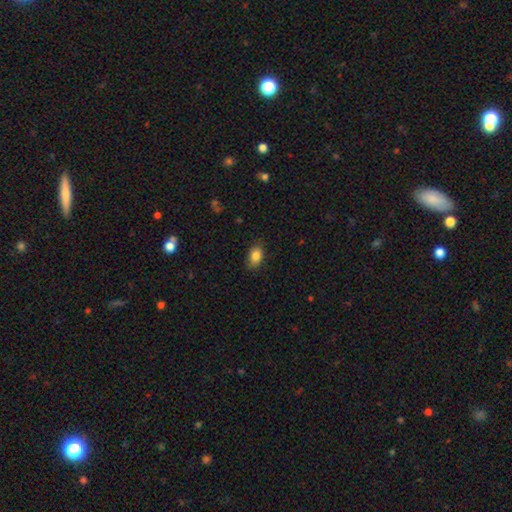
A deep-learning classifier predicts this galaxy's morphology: Smooth or featured?
  - smooth: 85% *
  - star or artifact: 8%
  - featured or disk: 7%
How rounded?
  - in between: 84% *
  - round: 15%
  - cigar-shaped: 2%
Merging?
  - none: 83% *
  - minor disturbance: 13%
  - major disturbance: 3%
  - merger: 1%